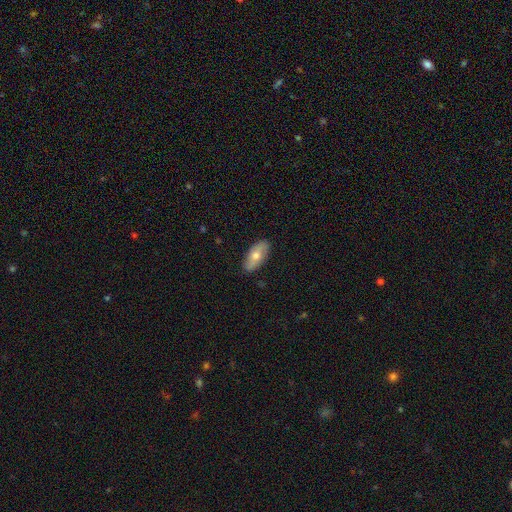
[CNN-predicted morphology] This appears to be a smooth galaxy with no disk features (64%) that is in between round and cigar-shaped (88%). Merging: none (86%).